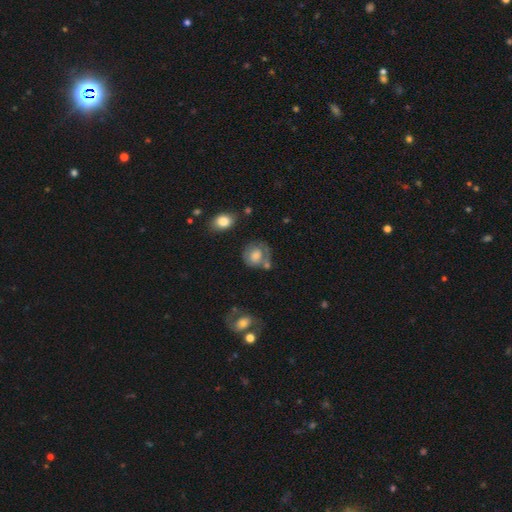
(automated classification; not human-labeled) This is possibly a smooth galaxy (57%). How rounded: likely round (73%). Merging: possibly none (50%).